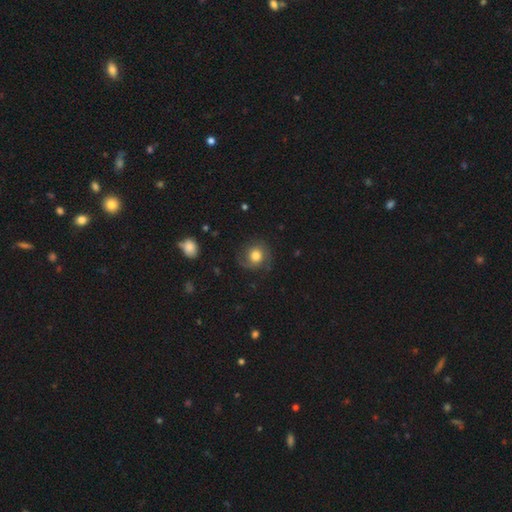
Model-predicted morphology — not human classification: This is possibly a smooth galaxy (45%, tied with featured or disk). Merging: likely none (72%).